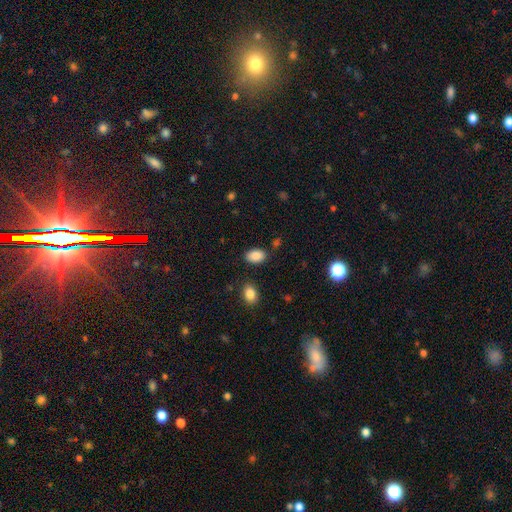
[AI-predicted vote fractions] Smooth or featured? smooth (88%)
How rounded? in between (88%)
Merging? none (82%)